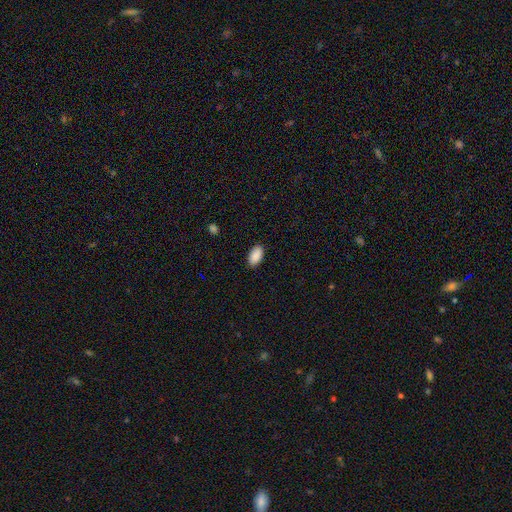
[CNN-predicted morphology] A smooth galaxy with no disk features (90%) that is in between round and cigar-shaped (95%). Merging: none (89%).